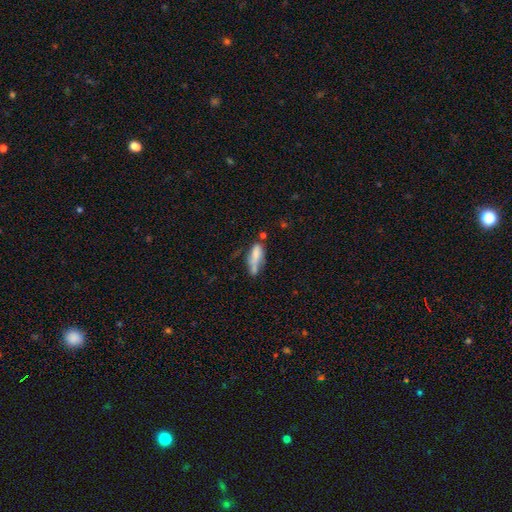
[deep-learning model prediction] Smooth or featured? smooth (65%)
How rounded? in between (61%)
Merging? none (32%)